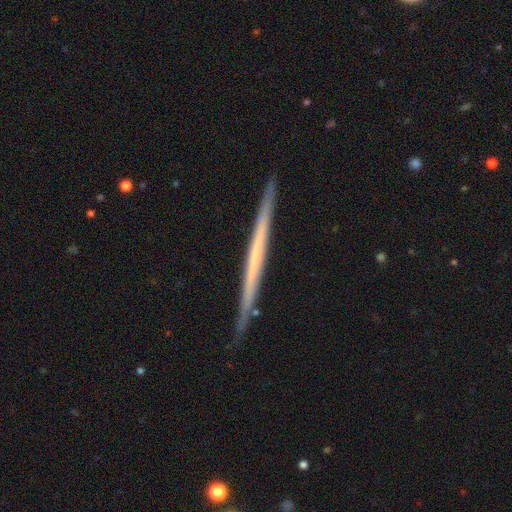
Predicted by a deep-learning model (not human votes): Q: Smooth or featured?
A: featured or disk (63%); runner-up: smooth (31%)
Q: Edge-on disk?
A: yes (98%); runner-up: no (2%)
Q: Edge-on bulge?
A: none (91%); runner-up: rounded (6%)
Q: Merging?
A: none (89%); runner-up: minor disturbance (8%)